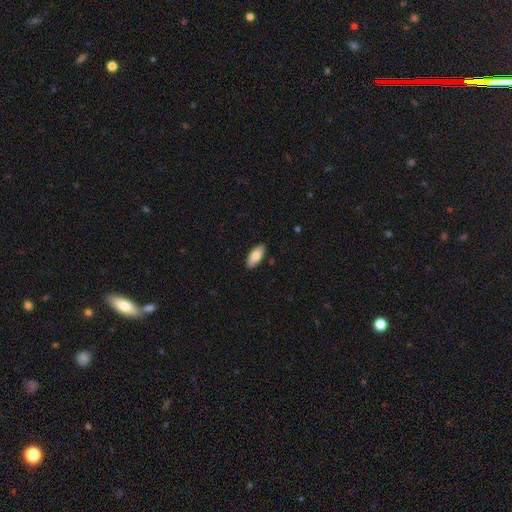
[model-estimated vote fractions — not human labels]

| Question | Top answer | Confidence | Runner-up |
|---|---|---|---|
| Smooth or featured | smooth | 82% | featured or disk (12%) |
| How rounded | in between | 87% | cigar-shaped (11%) |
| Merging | none | 89% | minor disturbance (8%) |